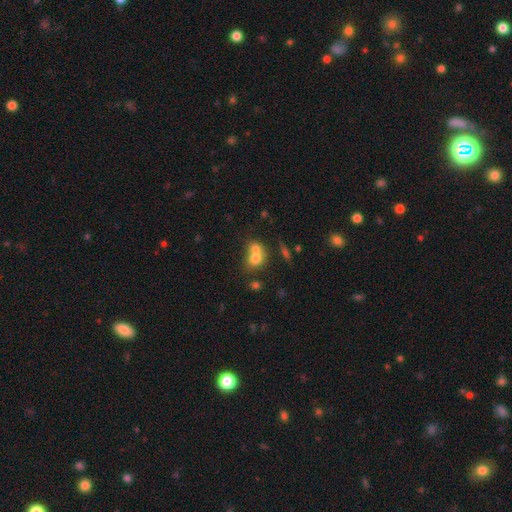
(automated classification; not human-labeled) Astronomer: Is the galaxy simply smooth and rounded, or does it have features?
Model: smooth — 70%.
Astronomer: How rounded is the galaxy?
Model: round — 61% (runner-up: in between, 38%).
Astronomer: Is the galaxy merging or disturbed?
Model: merger — 63%.